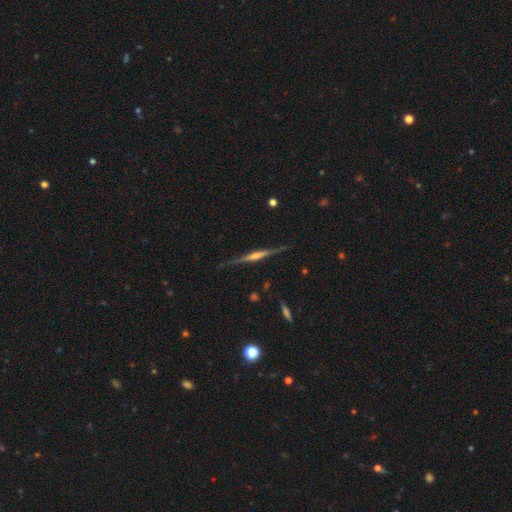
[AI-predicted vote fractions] Morphology: type=featured or disk (80%); edge-on=yes (98%); edge-on bulge=rounded (70%); merging=none (86%).